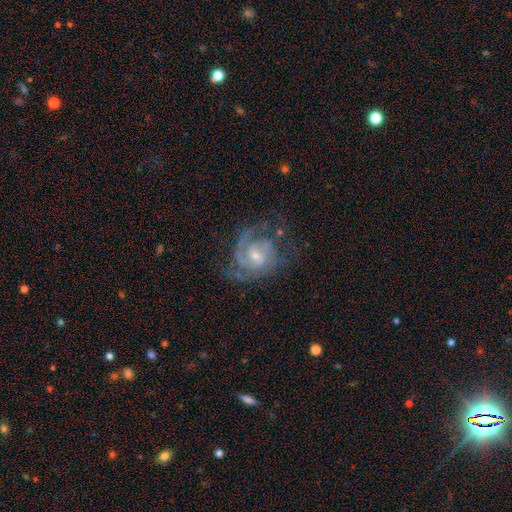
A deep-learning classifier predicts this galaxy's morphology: A featured or disk galaxy (88%) with a weak bar (47%), 2 (44%) tight (50%) spiral arms (97%) and a small central bulge (59%).

Vote fractions:
- Smooth or featured? featured or disk: 88% / smooth: 6% / star or artifact: 5%
- Edge-on disk? no: 98% / yes: 2%
- Bar? weak: 47% / no: 45% / strong: 9%
- Spiral arms? yes: 97% / no: 3%
- Spiral winding? tight: 50% / medium: 41% / loose: 9%
- Spiral arm count? 2: 44% / 3: 22% / can't tell: 18% / 1: 7% / 4: 5% / more than 4: 4%
- Bulge size? small: 59% / moderate: 37% / none: 2% / large: 2% / dominant: 1%
- Merging? none: 60% / minor disturbance: 21% / major disturbance: 17% / merger: 2%